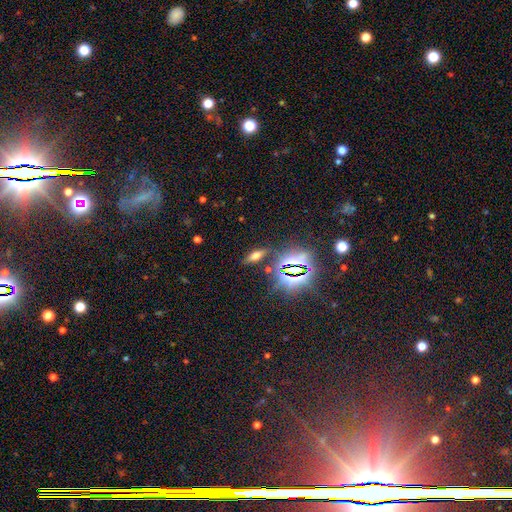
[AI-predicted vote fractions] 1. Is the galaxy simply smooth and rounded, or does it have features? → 43% smooth, 35% star or artifact, 21% featured or disk.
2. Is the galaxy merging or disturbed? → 83% none, 10% minor disturbance, 4% major disturbance, 4% merger.